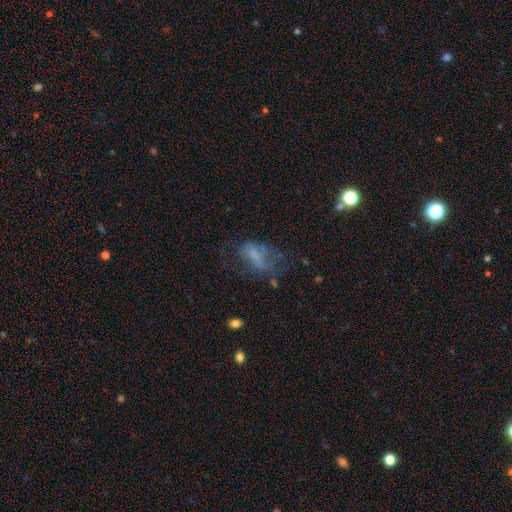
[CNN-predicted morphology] This appears to be a featured or disk galaxy (42%, tied with smooth). Merging: major disturbance (42%).